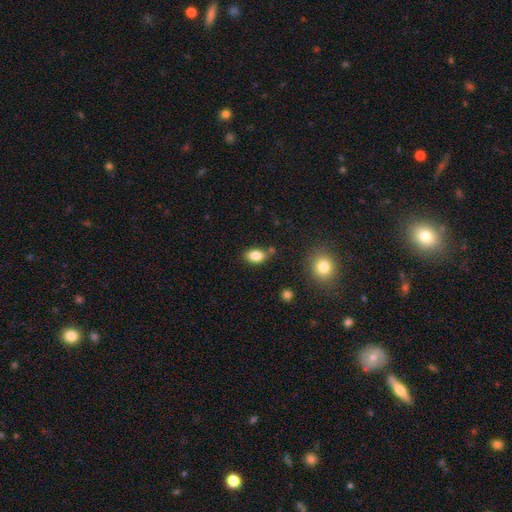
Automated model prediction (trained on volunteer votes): This is clearly a smooth galaxy (84%). How rounded: clearly in between (83%). Merging: likely none (74%).